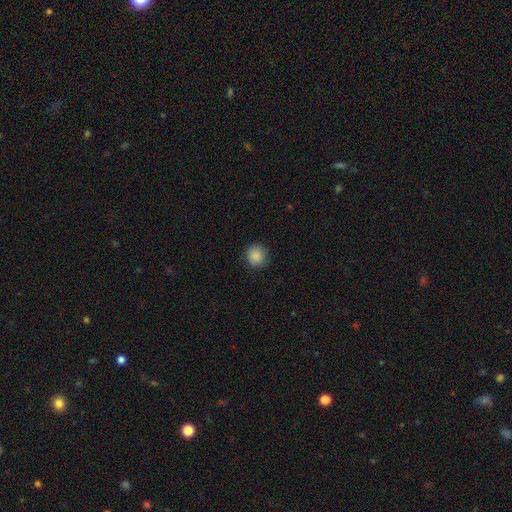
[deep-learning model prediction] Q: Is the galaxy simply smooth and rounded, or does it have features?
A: smooth — 88%.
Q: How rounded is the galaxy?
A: round — 92%.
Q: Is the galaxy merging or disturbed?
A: none — 87%.